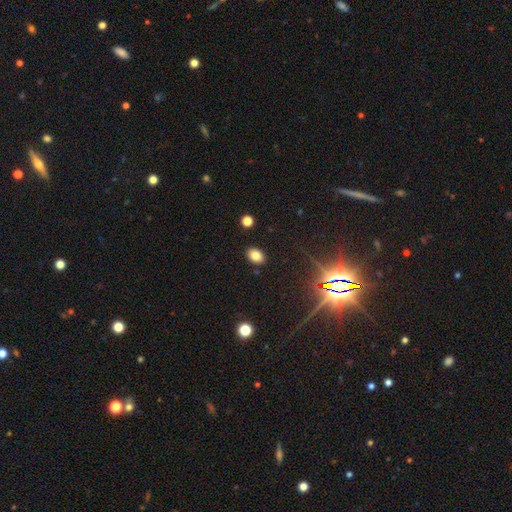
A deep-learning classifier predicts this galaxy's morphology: The model was most divided on "how rounded": in between: 78%, round: 21%, cigar-shaped: 1%. More confident: merging — none (88%); smooth or featured — smooth (80%).